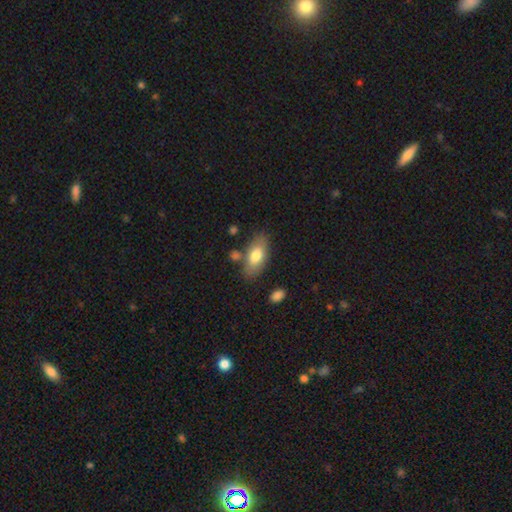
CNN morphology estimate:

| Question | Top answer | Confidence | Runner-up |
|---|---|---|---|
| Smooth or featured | smooth | 75% | featured or disk (19%) |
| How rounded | in between | 89% | cigar-shaped (7%) |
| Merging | none | 75% | minor disturbance (14%) |